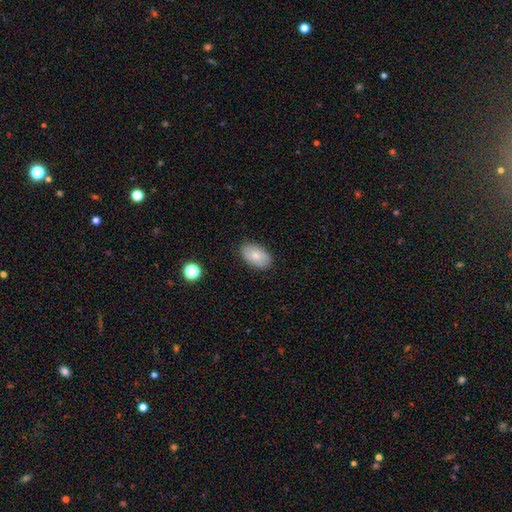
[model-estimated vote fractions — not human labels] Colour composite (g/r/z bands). It shows a smooth galaxy with no disk features (76%) that is in between round and cigar-shaped (92%). Merging: none (86%).